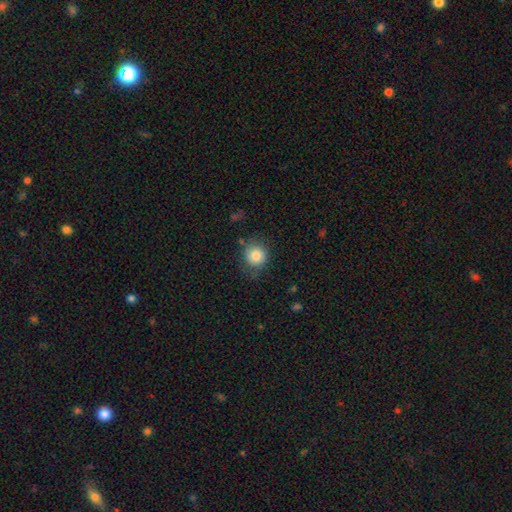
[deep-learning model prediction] smooth 84%, star or artifact 9%, featured or disk 7%. Down the decision tree: how rounded — round (85%); merging — none (73%).